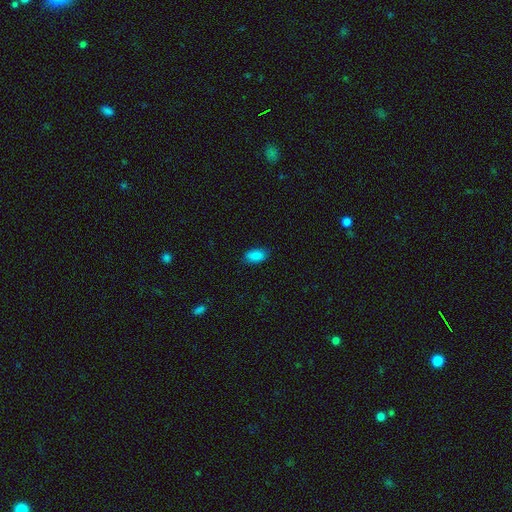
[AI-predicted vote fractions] A smooth galaxy with no disk features (88%) that is in between round and cigar-shaped (93%). Merging: none (86%).